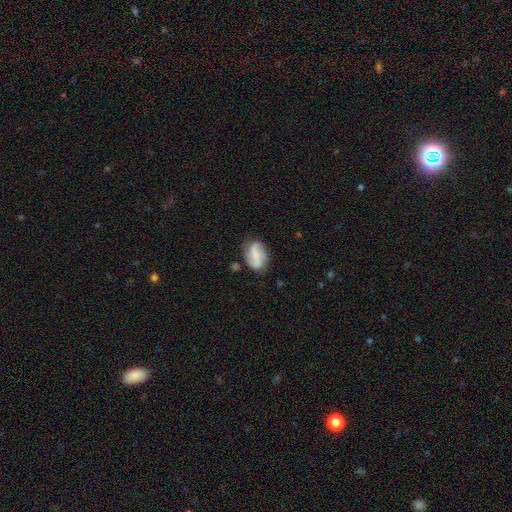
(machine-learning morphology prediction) type=featured or disk (48%); merging=none (63%).